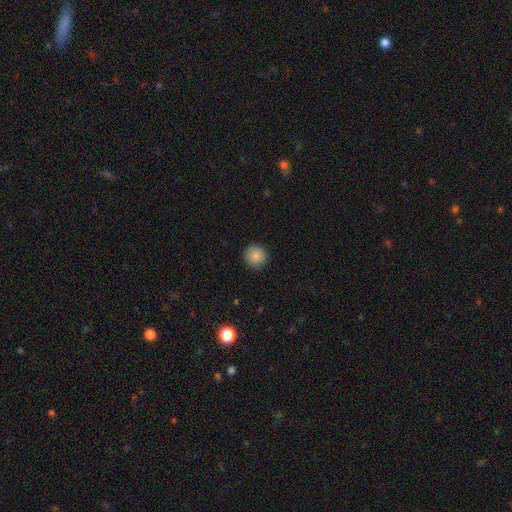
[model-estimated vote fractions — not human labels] This is clearly a smooth galaxy (87%). How rounded: clearly round (94%). Merging: clearly none (90%).